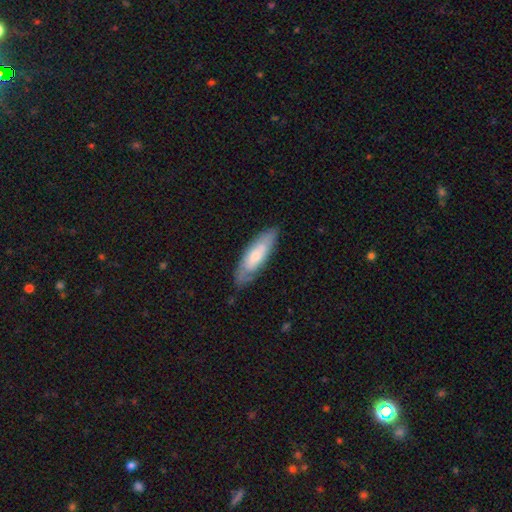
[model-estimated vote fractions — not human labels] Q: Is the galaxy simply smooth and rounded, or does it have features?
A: smooth — 54%.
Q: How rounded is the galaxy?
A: in between — 54%.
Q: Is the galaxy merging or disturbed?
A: none — 75%.